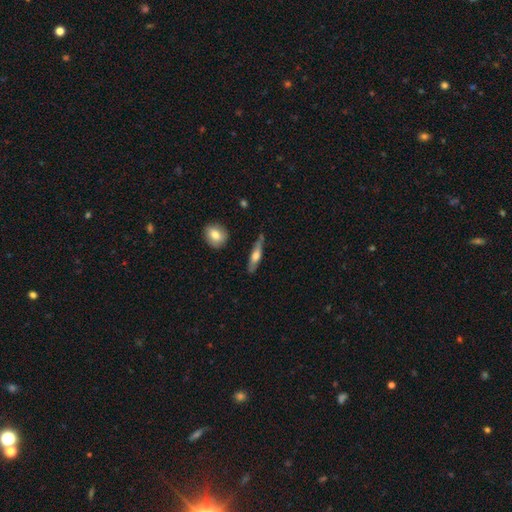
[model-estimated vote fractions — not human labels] Overall: smooth (51%; featured or disk 43%). How rounded: cigar-shaped (72%). Merging: none (74%).